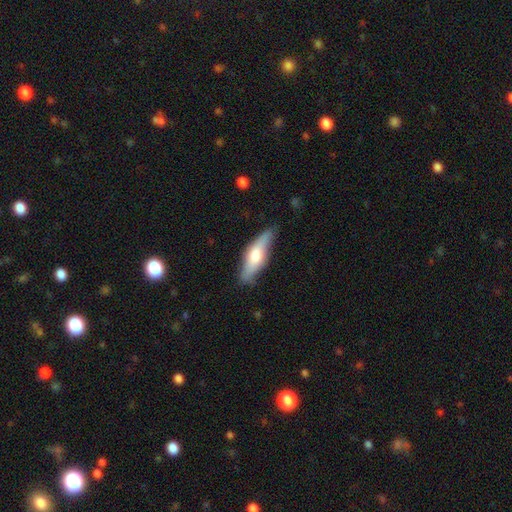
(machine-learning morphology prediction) This is possibly a smooth galaxy (50%). Merging: likely none (79%).